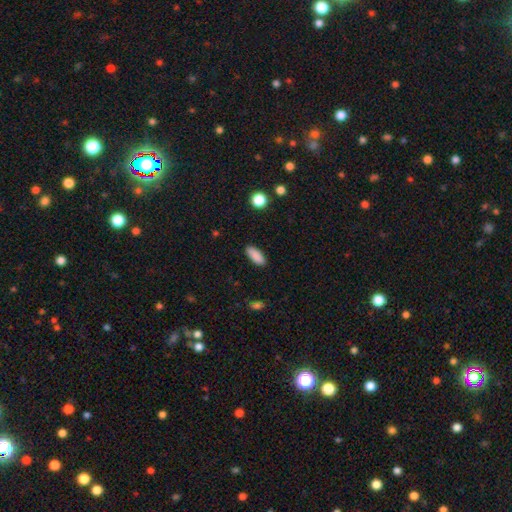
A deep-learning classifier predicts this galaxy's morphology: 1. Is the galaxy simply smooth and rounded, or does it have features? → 89% smooth, 7% star or artifact, 4% featured or disk.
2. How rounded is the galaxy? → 81% in between, 17% cigar-shaped, 2% round.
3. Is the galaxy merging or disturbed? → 88% none, 8% minor disturbance, 2% major disturbance, 1% merger.